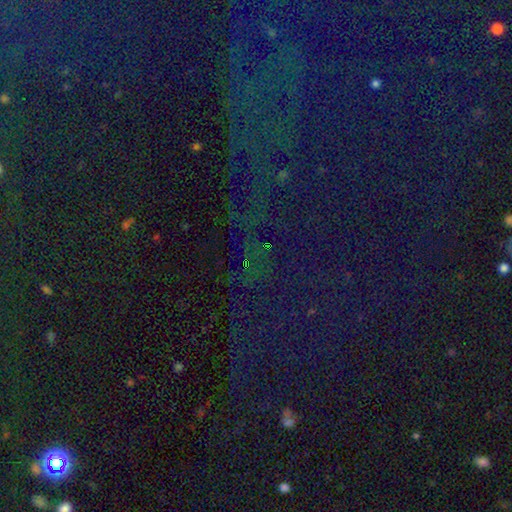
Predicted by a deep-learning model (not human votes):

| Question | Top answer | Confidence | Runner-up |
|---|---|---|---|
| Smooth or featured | star or artifact | 82% | smooth (10%) |